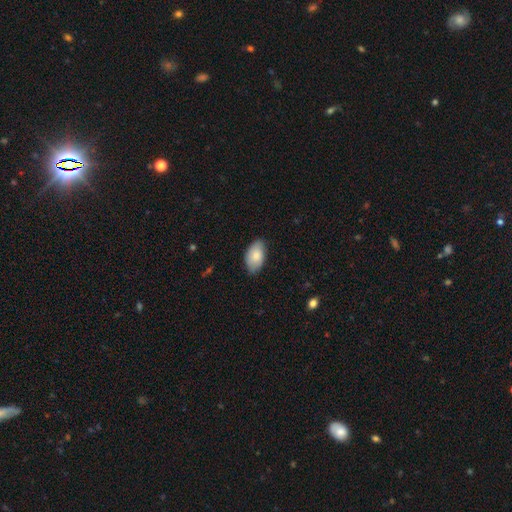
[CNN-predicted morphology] smooth-or-featured: smooth: 82% | featured or disk: 12% | star or artifact: 6%
  how-rounded: in between: 94% | round: 5% | cigar-shaped: 1%
  merging: none: 76% | minor disturbance: 20% | major disturbance: 3% | merger: 1%